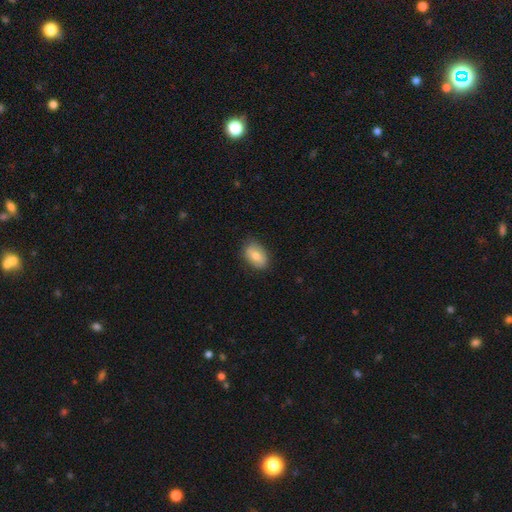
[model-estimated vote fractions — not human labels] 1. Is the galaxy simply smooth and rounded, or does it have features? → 73% smooth, 21% featured or disk, 7% star or artifact.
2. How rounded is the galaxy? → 86% in between, 13% round, 1% cigar-shaped.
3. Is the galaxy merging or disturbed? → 82% none, 14% minor disturbance, 3% major disturbance, 1% merger.